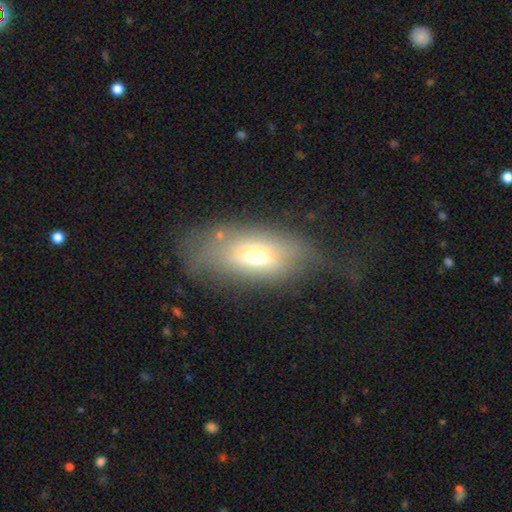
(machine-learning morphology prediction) Smooth or featured? smooth (57%)
How rounded? in between (84%)
Merging? none (41%)